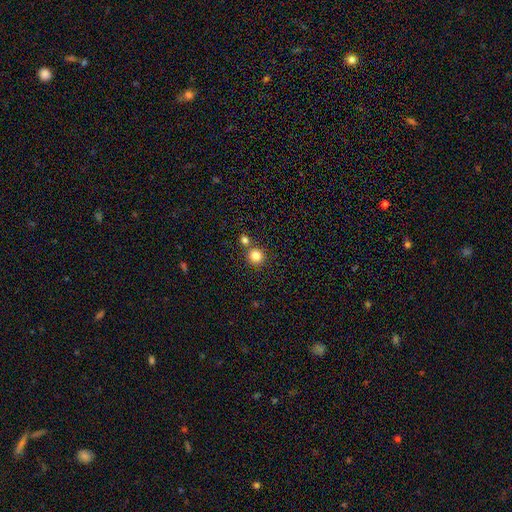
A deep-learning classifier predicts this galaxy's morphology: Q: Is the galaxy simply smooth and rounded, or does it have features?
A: smooth — 82%.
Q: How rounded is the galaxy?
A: round — 94%.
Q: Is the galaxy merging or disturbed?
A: none — 77%.